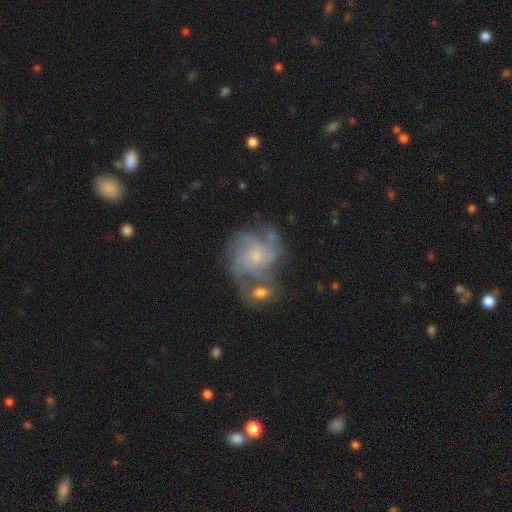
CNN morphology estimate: type=featured or disk (84%); edge-on=no (98%); bar=no (72%); spiral arms=yes (95%); winding=medium (45%); arm count=3 (31%); bulge=small (68%); merging=none (46%).